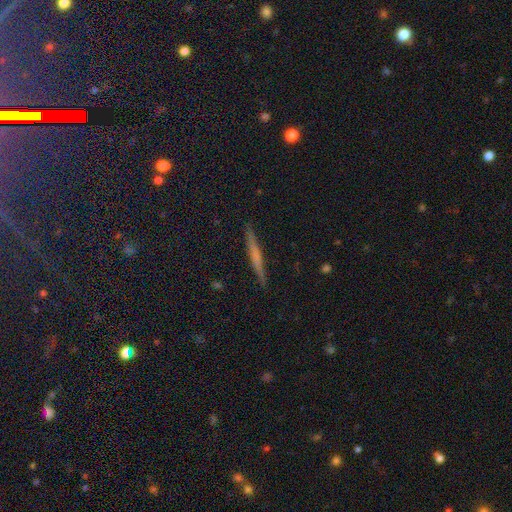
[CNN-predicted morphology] Smooth or featured? Predicted: featured or disk (p=0.47). Merging? Predicted: none (p=0.92).